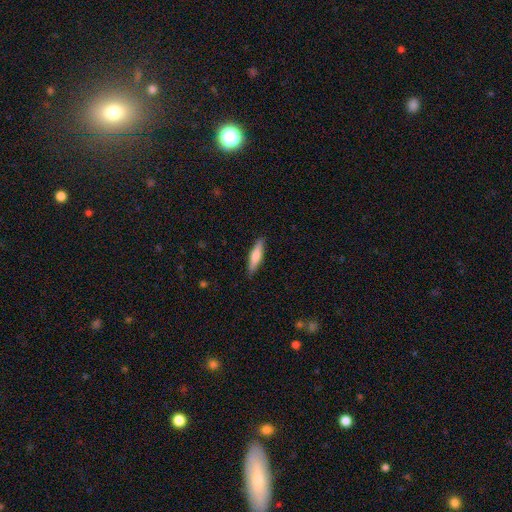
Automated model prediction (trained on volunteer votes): smooth-or-featured: smooth: 59% | featured or disk: 35% | star or artifact: 5%
  how-rounded: cigar-shaped: 78% | in between: 20% | round: 2%
  merging: none: 89% | minor disturbance: 8% | major disturbance: 2% | merger: 1%